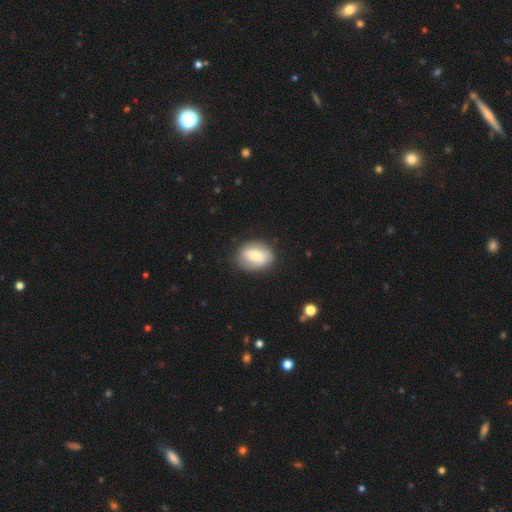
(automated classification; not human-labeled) The model was most divided on "smooth or featured": smooth: 58%, featured or disk: 35%, star or artifact: 7%. More confident: merging — none (80%); how rounded — in between (68%).